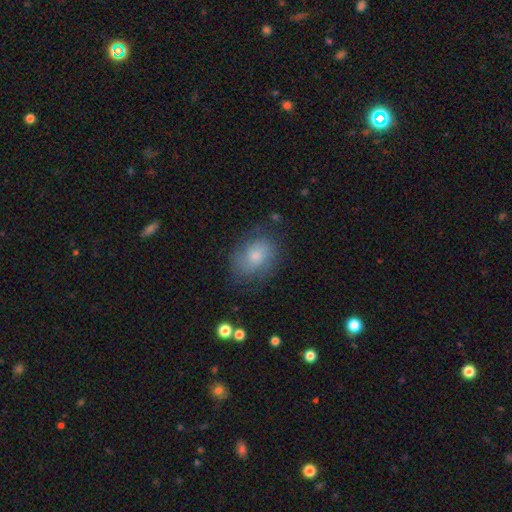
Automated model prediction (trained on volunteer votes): A smooth galaxy with no disk features (58%) that is in between round and cigar-shaped (68%). Merging: none (69%).